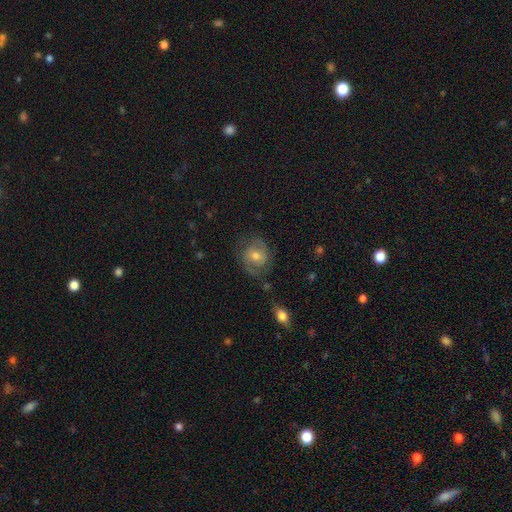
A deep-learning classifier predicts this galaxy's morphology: Smooth or featured: featured or disk — 62% (smooth — 30%)
Edge-on disk: no — 97% (yes — 3%)
Bar: no — 57% (weak — 34%)
Spiral arms: yes — 84% (no — 16%)
Spiral winding: medium — 44% (tight — 36%)
Spiral arm count: 2 — 75% (can't tell — 14%)
Bulge size: moderate — 60% (small — 32%)
Merging: none — 65% (minor disturbance — 20%)